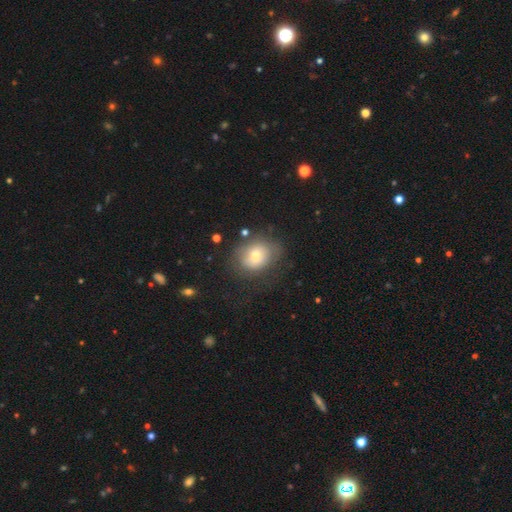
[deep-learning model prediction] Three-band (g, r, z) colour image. It shows a smooth galaxy with no disk features (65%) that is in between round and cigar-shaped (54%). Merging: none (61%).